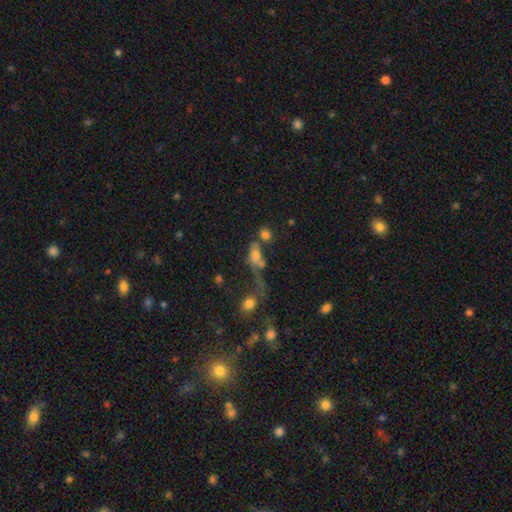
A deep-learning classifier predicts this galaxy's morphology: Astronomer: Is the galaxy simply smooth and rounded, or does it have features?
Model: smooth — 60%.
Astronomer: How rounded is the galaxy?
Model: in between — 68%.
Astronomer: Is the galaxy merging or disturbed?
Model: merger — 39% (runner-up: none, 26%).